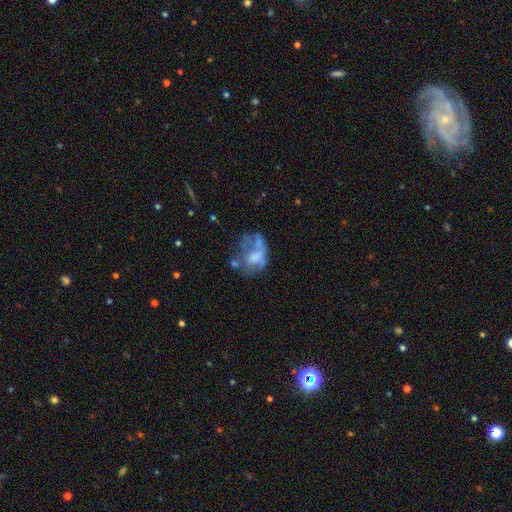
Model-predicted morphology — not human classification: Smooth or featured: featured or disk — 46% (smooth — 42%)
Merging: major disturbance — 33% (none — 27%)